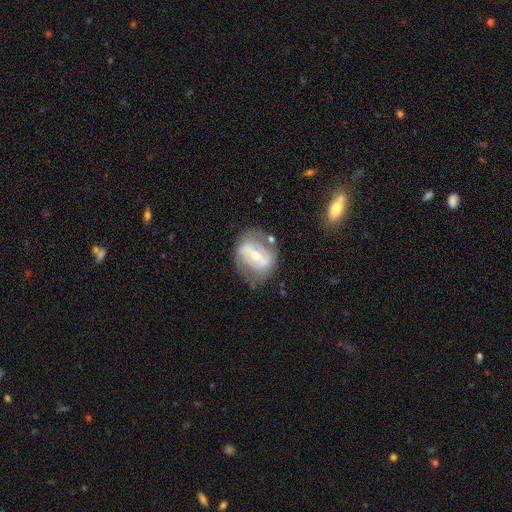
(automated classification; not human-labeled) The model was most divided on "spiral arms": yes: 54%, no: 46%. Remaining: edge-on disk — no (94%); smooth or featured — featured or disk (68%); merging — none (65%); bulge size — moderate (56%); bar — strong (43%).